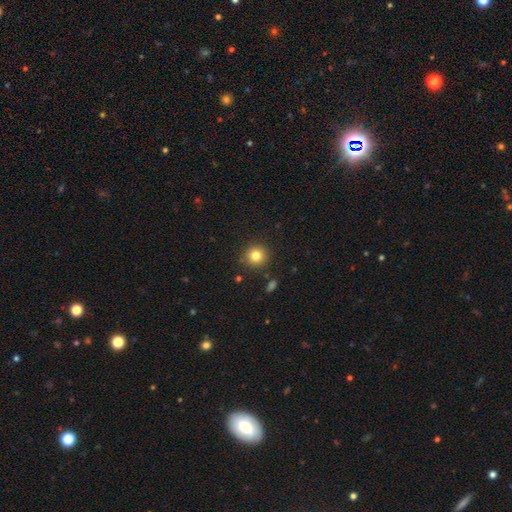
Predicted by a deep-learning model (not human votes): Smooth or featured? smooth (81%)
How rounded? round (93%)
Merging? none (89%)